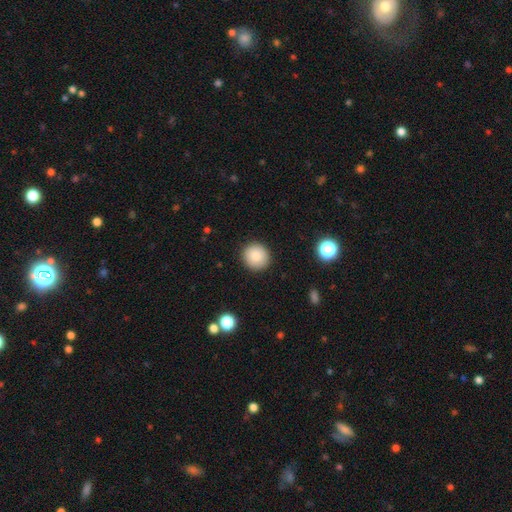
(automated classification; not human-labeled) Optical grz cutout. It shows a smooth galaxy with no disk features (84%) that is round (94%). Merging: none (91%).